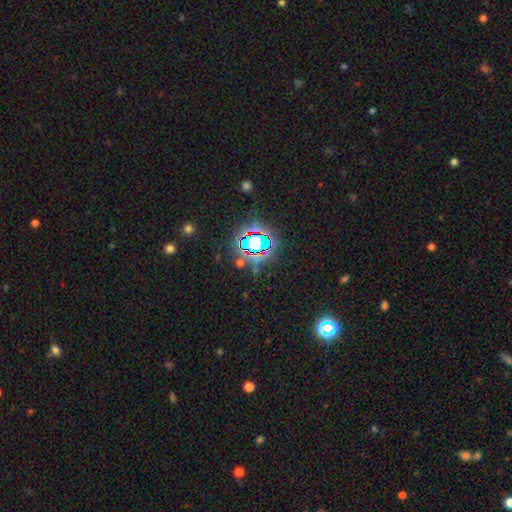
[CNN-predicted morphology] Overall: star or artifact (71%).